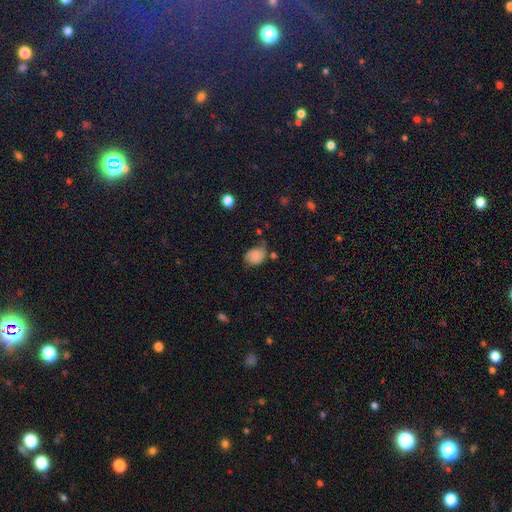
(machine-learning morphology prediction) Smooth or featured? Predicted: smooth (p=0.74). How rounded? Predicted: in between (p=0.61). Merging? Predicted: none (p=0.41).